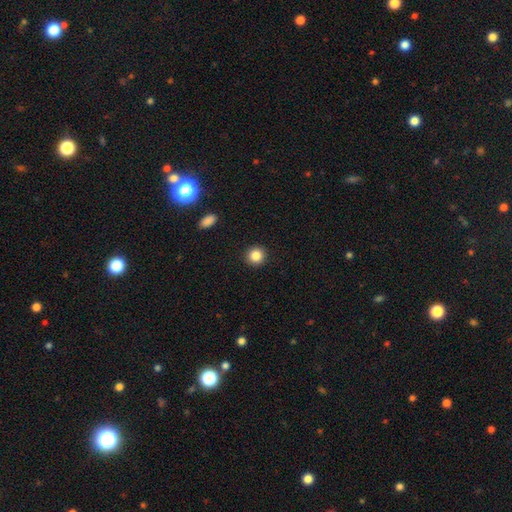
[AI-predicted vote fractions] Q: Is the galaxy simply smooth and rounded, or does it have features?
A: smooth — 85%.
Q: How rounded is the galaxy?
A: round — 93%.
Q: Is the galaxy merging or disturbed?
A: none — 92%.